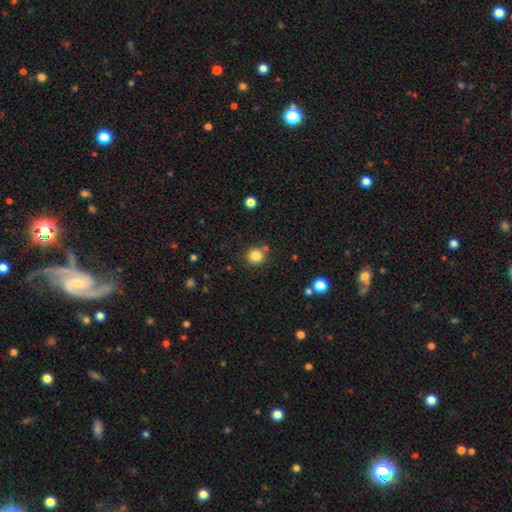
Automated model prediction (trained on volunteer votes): Overall: smooth (83%). How rounded: round (94%). Merging: none (83%).